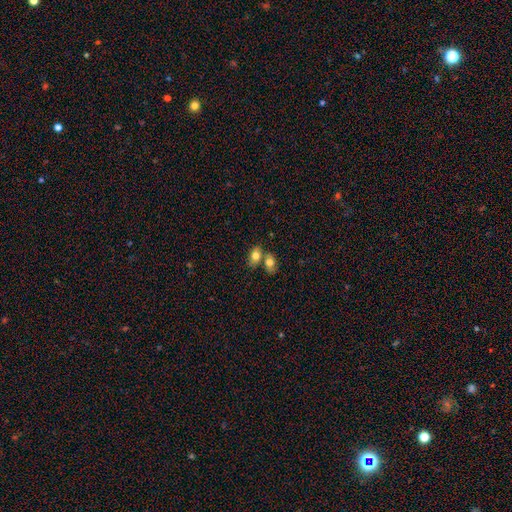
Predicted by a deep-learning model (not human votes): Smooth or featured?
  - smooth: 78% *
  - featured or disk: 13%
  - star or artifact: 9%
How rounded?
  - in between: 78% *
  - round: 20%
  - cigar-shaped: 2%
Merging?
  - merger: 46% *
  - none: 40%
  - minor disturbance: 10%
  - major disturbance: 4%